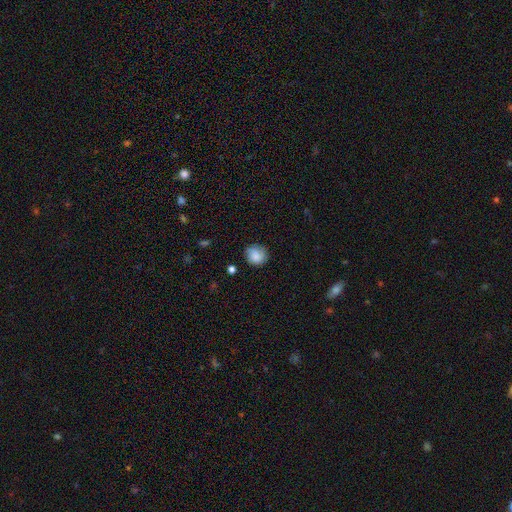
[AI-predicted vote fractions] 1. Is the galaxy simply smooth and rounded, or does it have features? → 77% smooth, 14% featured or disk, 8% star or artifact.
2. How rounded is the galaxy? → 85% round, 14% in between, 1% cigar-shaped.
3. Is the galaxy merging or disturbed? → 77% none, 17% minor disturbance, 5% major disturbance, 2% merger.